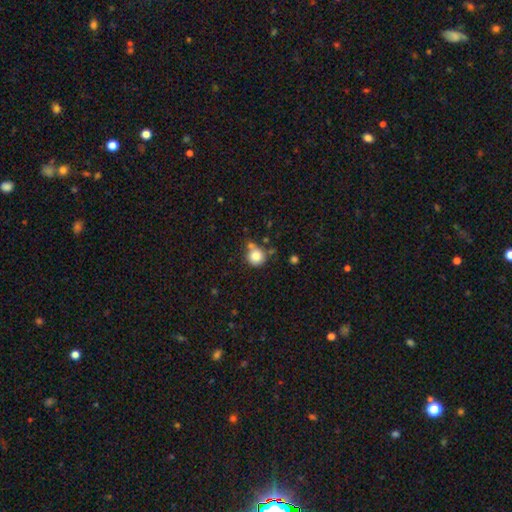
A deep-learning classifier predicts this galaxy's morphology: Q: Smooth or featured?
A: smooth (84%); runner-up: star or artifact (10%)
Q: How rounded?
A: round (91%); runner-up: in between (8%)
Q: Merging?
A: none (61%); runner-up: merger (18%)